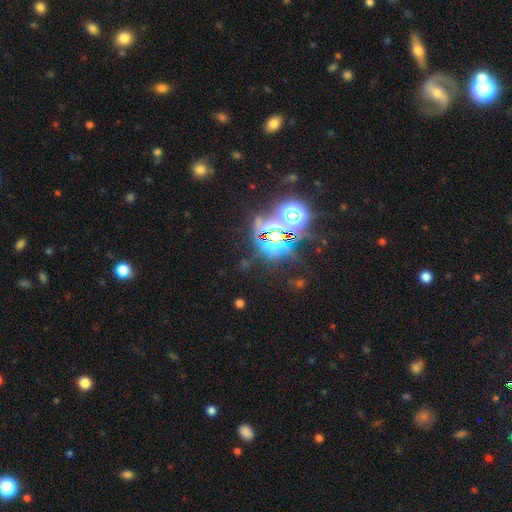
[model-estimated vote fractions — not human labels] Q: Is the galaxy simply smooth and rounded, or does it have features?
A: star or artifact — 77%.